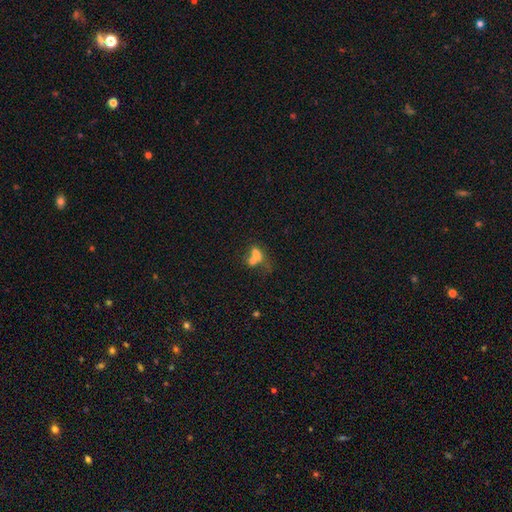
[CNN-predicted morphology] smooth_or_featured: smooth (p=0.66) [alt: featured or disk p=0.20]
how_rounded: in between (p=0.66) [alt: round p=0.30]
merging: merger (p=0.63) [alt: none p=0.20]